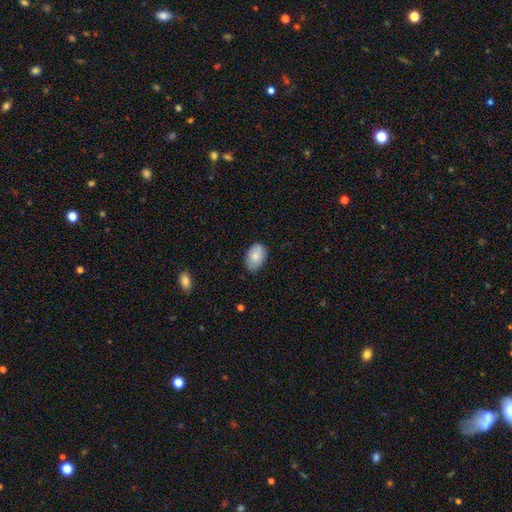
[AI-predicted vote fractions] The model was most divided on "merging": none: 78%, minor disturbance: 18%, major disturbance: 3%, merger: 1%. More confident: how rounded — in between (89%); smooth or featured — smooth (81%).